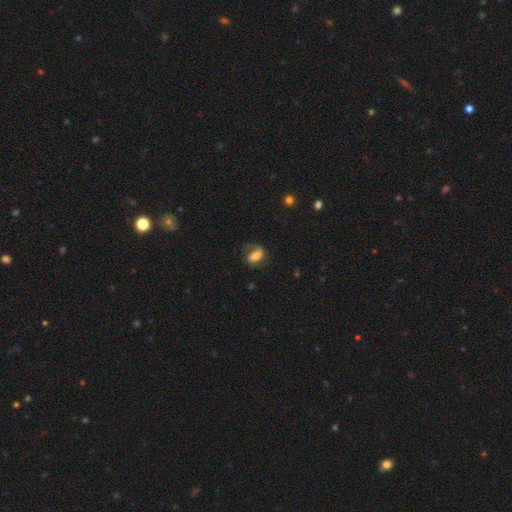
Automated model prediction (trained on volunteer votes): smooth 53%, featured or disk 39%, star or artifact 9%. Down the decision tree: how rounded — in between (79%); merging — none (53%).